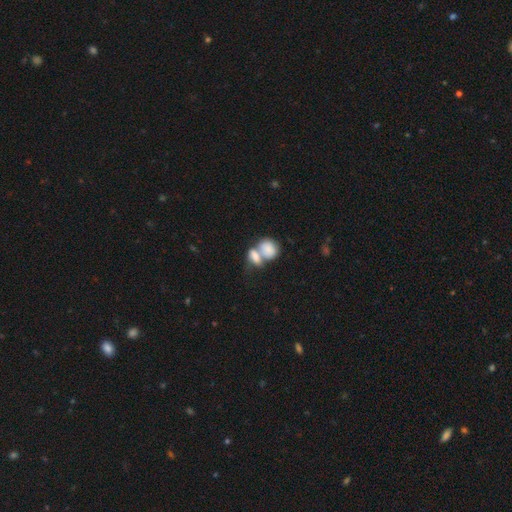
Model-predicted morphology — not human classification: Q: Smooth or featured?
A: smooth (74%); runner-up: featured or disk (16%)
Q: How rounded?
A: in between (65%); runner-up: round (32%)
Q: Merging?
A: merger (69%); runner-up: none (18%)